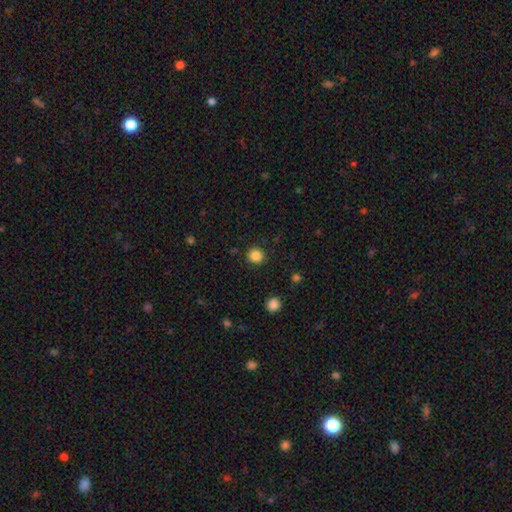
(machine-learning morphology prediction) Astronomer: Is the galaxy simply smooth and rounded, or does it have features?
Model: smooth — 85%.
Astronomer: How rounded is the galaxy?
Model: round — 89%.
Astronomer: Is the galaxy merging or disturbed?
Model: none — 90%.